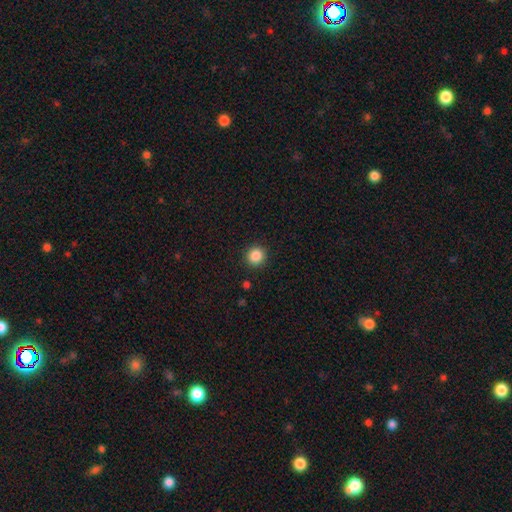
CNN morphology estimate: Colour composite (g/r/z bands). It shows a smooth galaxy with no disk features (87%) that is round (92%). Merging: none (91%).